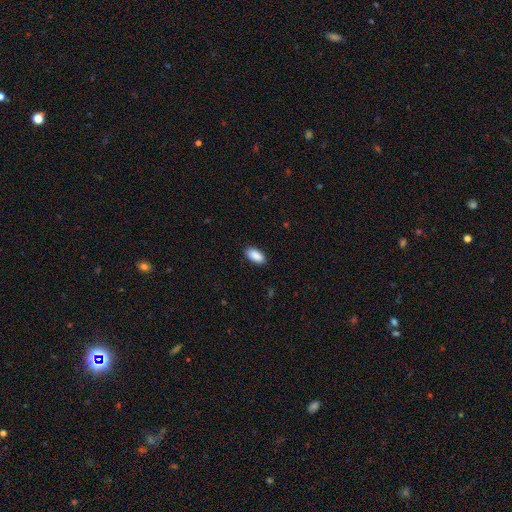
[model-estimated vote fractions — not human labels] smooth_or_featured: smooth (p=0.90) [alt: star or artifact p=0.06]
how_rounded: in between (p=0.93) [alt: cigar-shaped p=0.04]
merging: none (p=0.88) [alt: minor disturbance p=0.09]